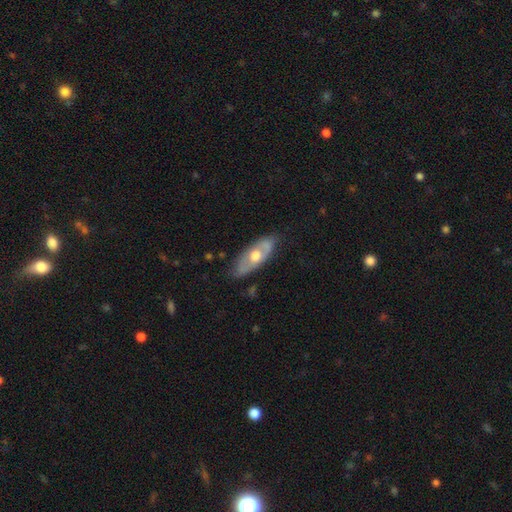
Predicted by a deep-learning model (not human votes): Smooth or featured: featured or disk — 52% (smooth — 43%)
Edge-on disk: no — 72% (yes — 28%)
Merging: none — 74% (minor disturbance — 20%)